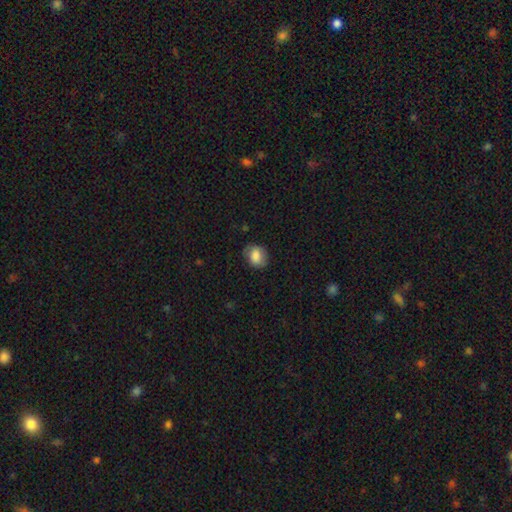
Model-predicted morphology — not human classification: Q: Smooth or featured?
A: smooth (80%); runner-up: featured or disk (11%)
Q: How rounded?
A: in between (52%); runner-up: round (47%)
Q: Merging?
A: none (72%); runner-up: minor disturbance (21%)